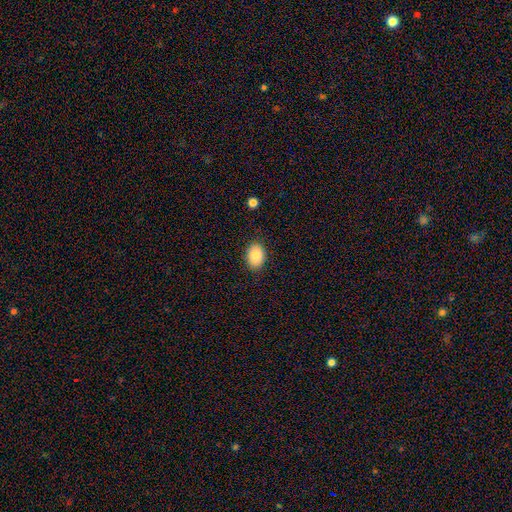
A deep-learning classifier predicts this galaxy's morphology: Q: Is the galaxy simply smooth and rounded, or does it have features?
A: smooth — 87%.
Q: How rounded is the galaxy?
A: in between — 82%.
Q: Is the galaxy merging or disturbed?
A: none — 87%.